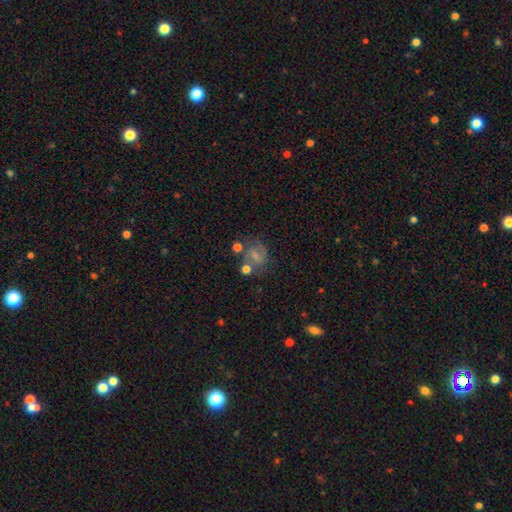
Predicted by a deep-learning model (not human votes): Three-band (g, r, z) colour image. It shows a smooth galaxy with no disk features (50%). Merging: none (49%).